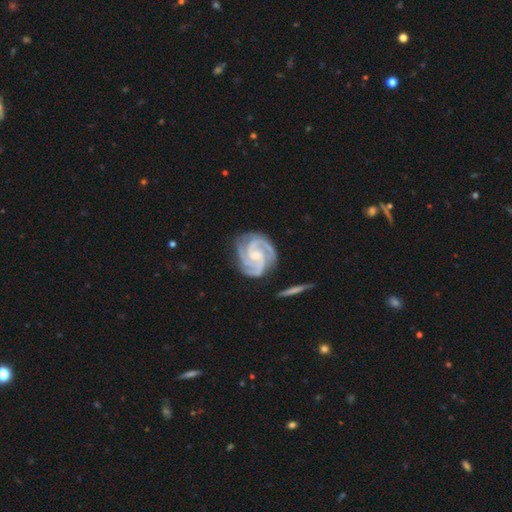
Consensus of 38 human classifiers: This is clearly a featured or disk galaxy (97%). It is clearly not viewed edge-on (100%). Bar: likely no (70%). Spiral arm pattern: clearly yes (100%). Spiral arm count: likely 3 (78%). Spiral winding: possibly tight (54%). Central bulge: possibly small (54%). Merging: likely none (66%).